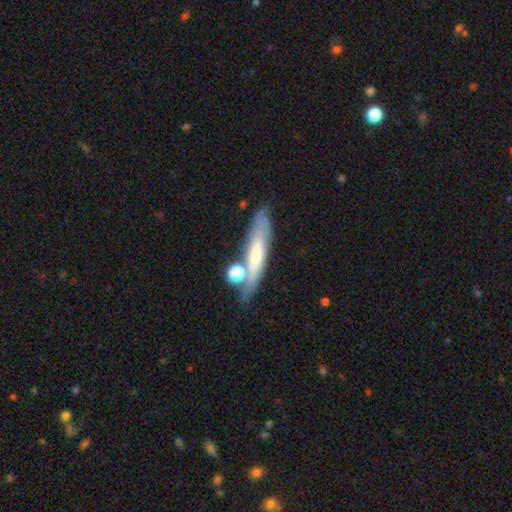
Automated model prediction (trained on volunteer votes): Smooth or featured? Predicted: smooth (p=0.47). Merging? Predicted: none (p=0.53).